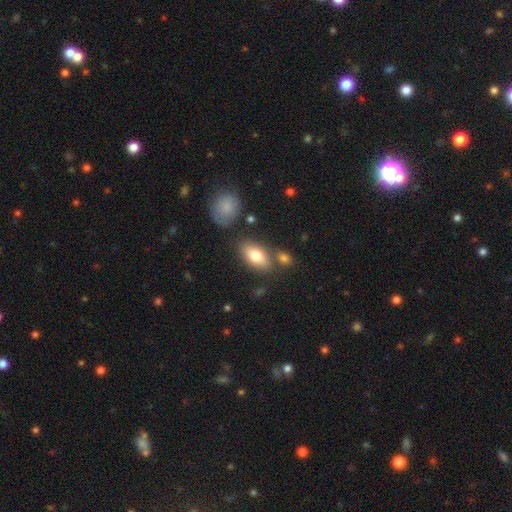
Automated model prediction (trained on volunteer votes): Morphology: type=smooth (77%); roundness=in between (89%); merging=none (72%).